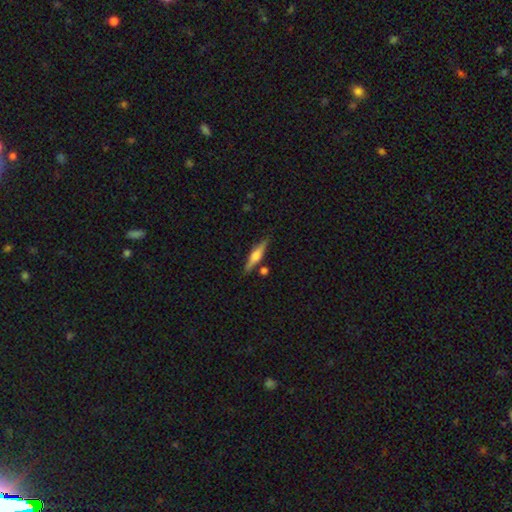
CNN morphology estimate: featured or disk 62%, smooth 32%, star or artifact 6%. Down the decision tree: edge-on disk — yes (97%); edge-on bulge — rounded (83%); merging — none (82%).